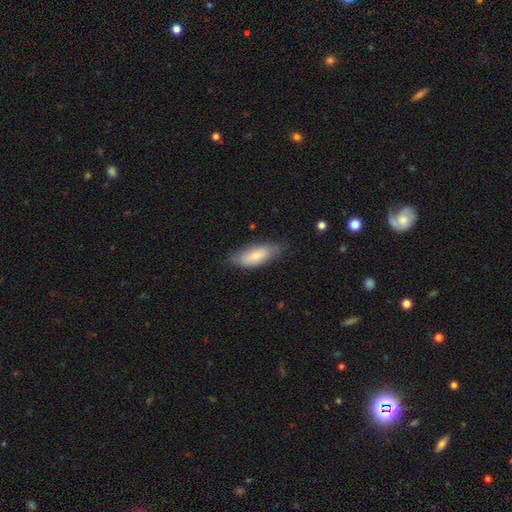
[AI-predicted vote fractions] smooth_or_featured: smooth (p=0.72) [alt: featured or disk p=0.22]
how_rounded: in between (p=0.77) [alt: cigar-shaped p=0.20]
merging: none (p=0.71) [alt: minor disturbance p=0.23]